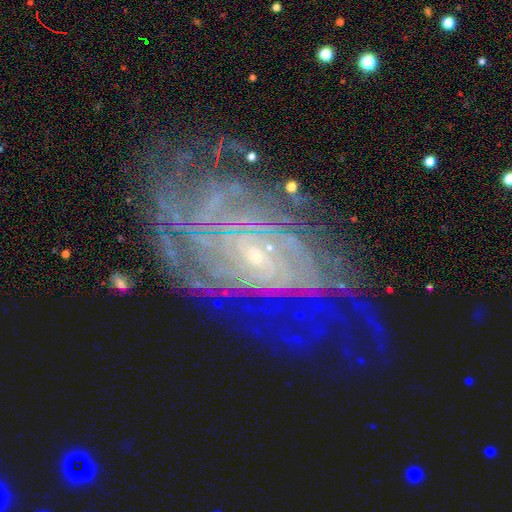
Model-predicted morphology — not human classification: Smooth or featured? featured or disk (79%)
Edge-on disk? no (95%)
Bar? no (58%)
Spiral arms? yes (94%)
Spiral winding? tight (68%)
Spiral arm count? can't tell (40%)
Bulge size? small (79%)
Merging? none (62%)